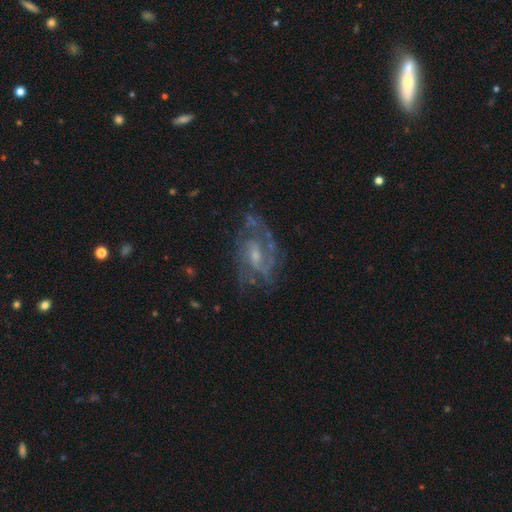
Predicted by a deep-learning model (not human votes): A featured or disk galaxy (83%) with a weak bar (47%), 2 (45%) medium (48%) spiral arms (89%) and a small central bulge (56%). Merging: none (61%).